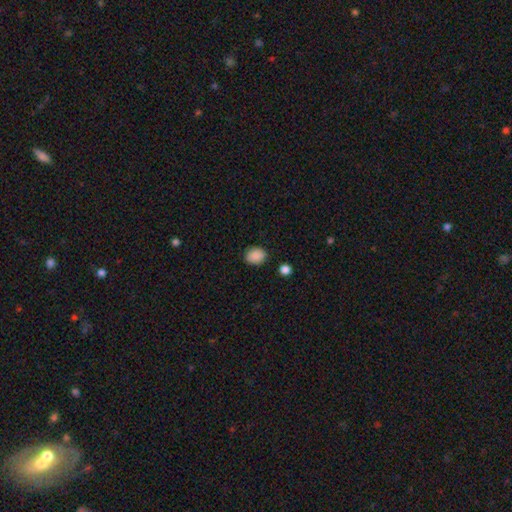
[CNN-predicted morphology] smooth-or-featured: smooth: 88% | star or artifact: 9% | featured or disk: 3%
  how-rounded: round: 50% | in between: 49% | cigar-shaped: 1%
  merging: none: 86% | minor disturbance: 10% | major disturbance: 2% | merger: 2%